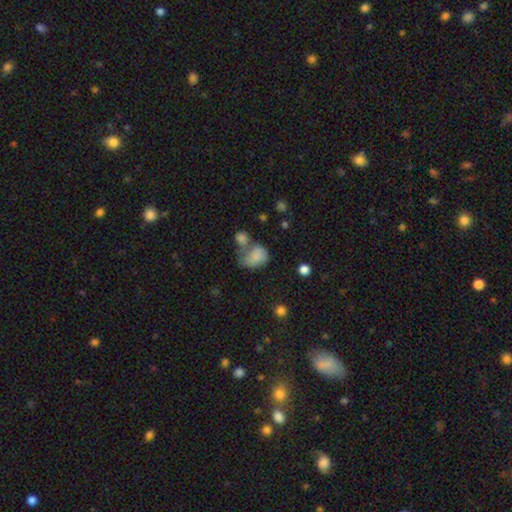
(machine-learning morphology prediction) Smooth or featured? Predicted: smooth (p=0.75). How rounded? Predicted: in between (p=0.66). Merging? Predicted: merger (p=0.45).